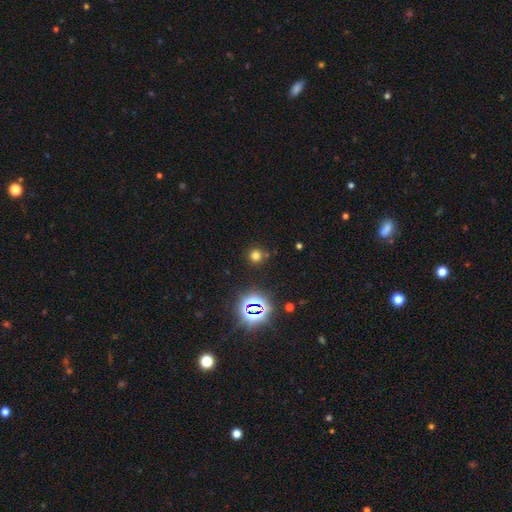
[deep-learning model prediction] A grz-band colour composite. It shows a smooth galaxy with no disk features (66%) that is round (91%). Merging: none (80%).